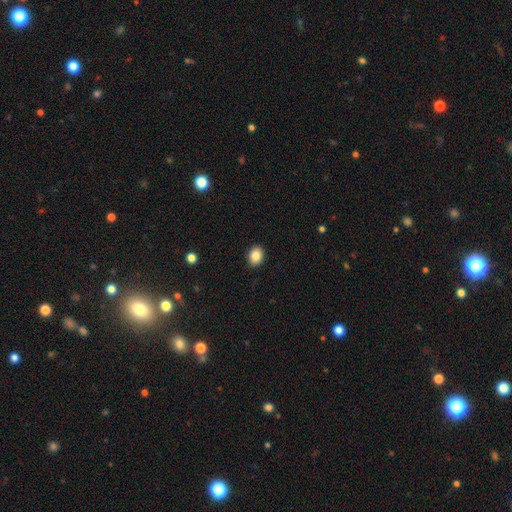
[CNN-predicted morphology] Q: Smooth or featured?
A: smooth (86%); runner-up: star or artifact (9%)
Q: How rounded?
A: in between (64%); runner-up: round (35%)
Q: Merging?
A: none (90%); runner-up: minor disturbance (7%)